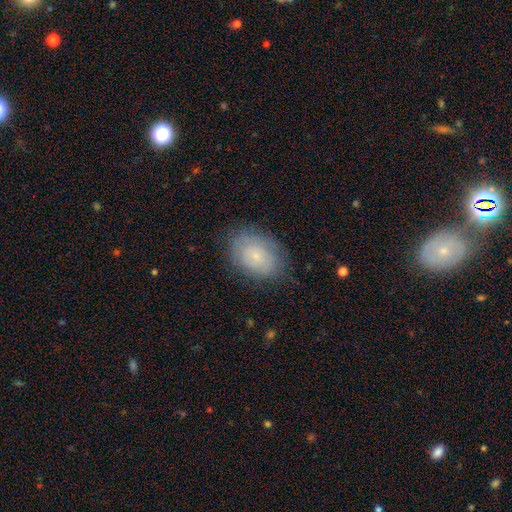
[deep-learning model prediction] smooth 64%, featured or disk 27%, star or artifact 9%. Down the decision tree: how rounded — in between (80%); merging — none (74%).